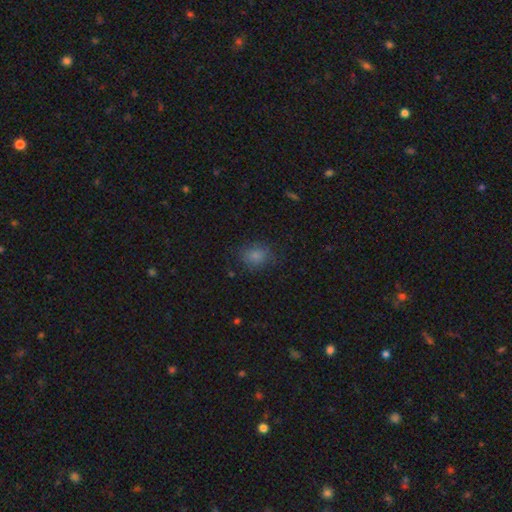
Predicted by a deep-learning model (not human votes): A smooth galaxy with no disk features (81%) that is round (54%). Merging: none (74%).